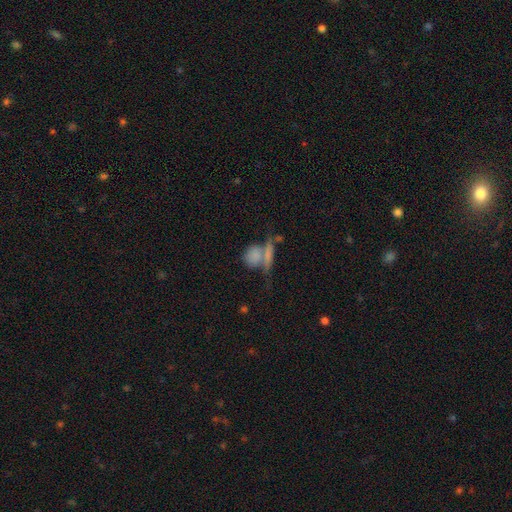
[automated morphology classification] Smooth or featured: smooth — 72% (featured or disk — 19%)
How rounded: round — 53% (in between — 35%)
Merging: merger — 44% (none — 36%)